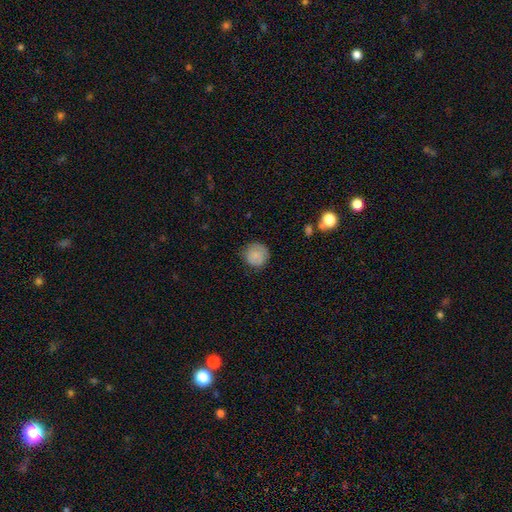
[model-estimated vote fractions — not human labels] Smooth or featured? Predicted: smooth (p=0.80). How rounded? Predicted: round (p=0.93). Merging? Predicted: none (p=0.80).